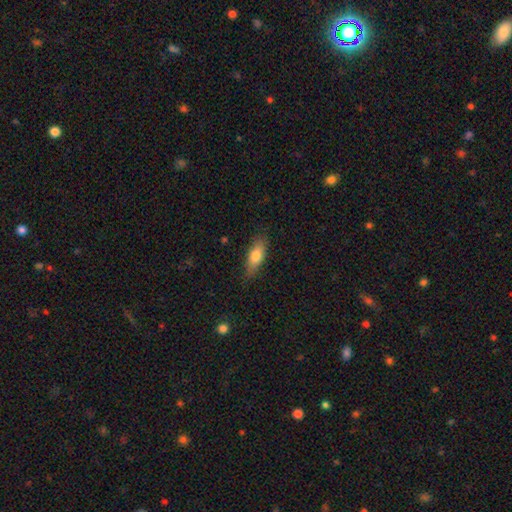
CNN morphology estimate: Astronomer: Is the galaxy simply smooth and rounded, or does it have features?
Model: smooth — 74%.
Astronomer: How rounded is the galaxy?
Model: in between — 67%.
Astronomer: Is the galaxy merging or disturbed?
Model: none — 81%.